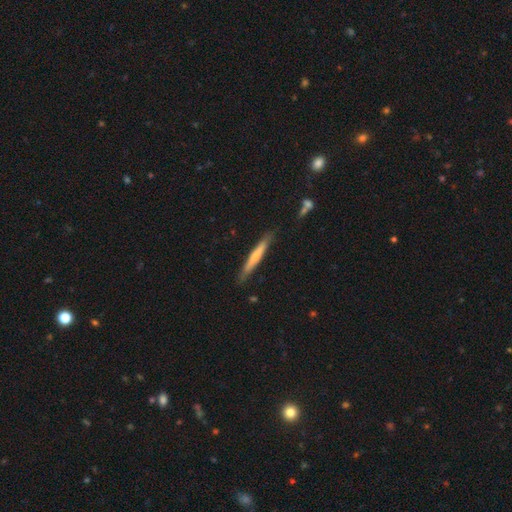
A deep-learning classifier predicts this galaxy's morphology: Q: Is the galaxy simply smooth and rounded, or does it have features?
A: smooth — 57%.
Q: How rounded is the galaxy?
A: cigar-shaped — 96%.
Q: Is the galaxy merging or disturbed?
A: none — 86%.